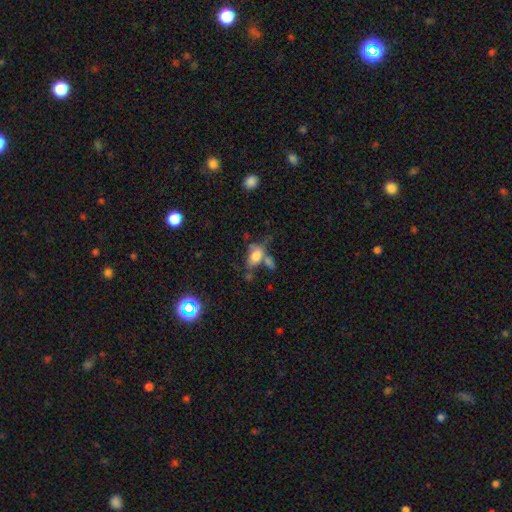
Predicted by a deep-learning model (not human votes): smooth_or_featured: smooth (p=0.70) [alt: featured or disk p=0.18]
how_rounded: in between (p=0.85) [alt: round p=0.10]
merging: none (p=0.36) [alt: merger p=0.28]